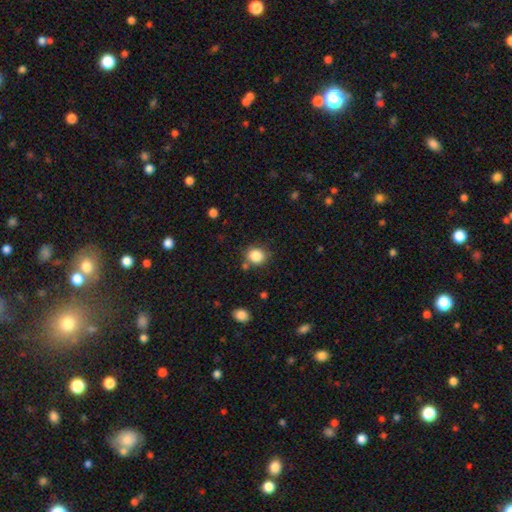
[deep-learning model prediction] Q: Smooth or featured?
A: smooth (85%); runner-up: star or artifact (10%)
Q: How rounded?
A: round (82%); runner-up: in between (17%)
Q: Merging?
A: none (78%); runner-up: minor disturbance (12%)